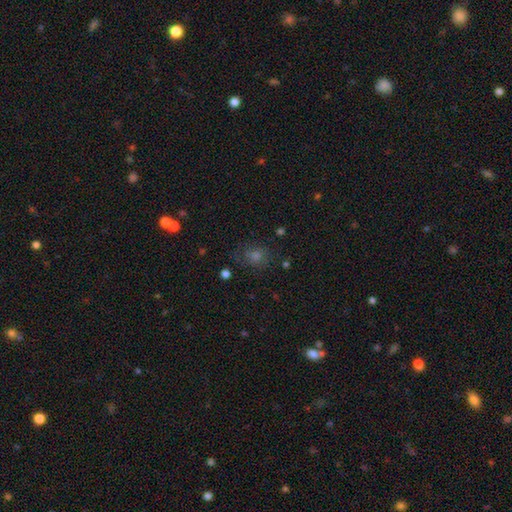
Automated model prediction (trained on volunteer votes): Overall: smooth (46%; star or artifact 36%). Merging: none (75%).